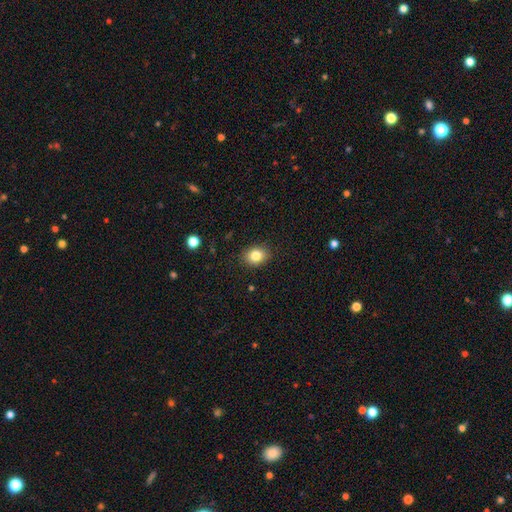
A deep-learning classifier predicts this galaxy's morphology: Smooth or featured: smooth — 83% (star or artifact — 10%)
How rounded: in between — 58% (round — 41%)
Merging: none — 88% (minor disturbance — 9%)